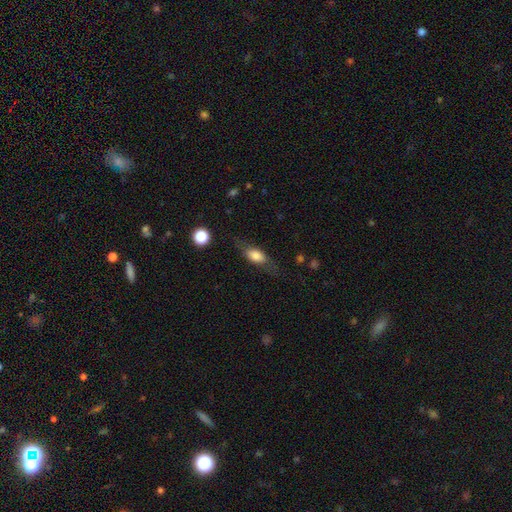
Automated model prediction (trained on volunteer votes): A smooth galaxy with no disk features (66%) that is in between round and cigar-shaped (72%). Merging: none (67%).